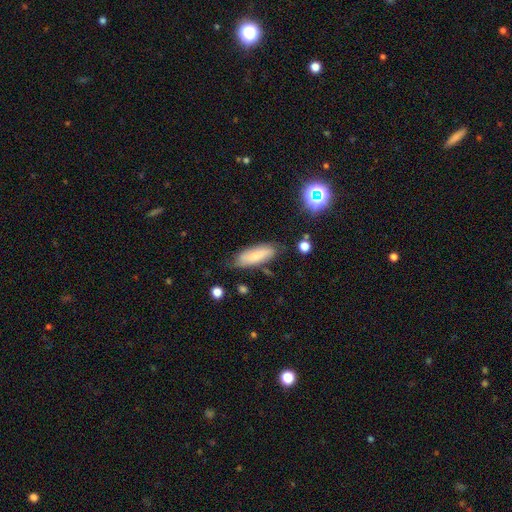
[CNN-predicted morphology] type=smooth (68%); roundness=in between (61%); merging=none (73%).